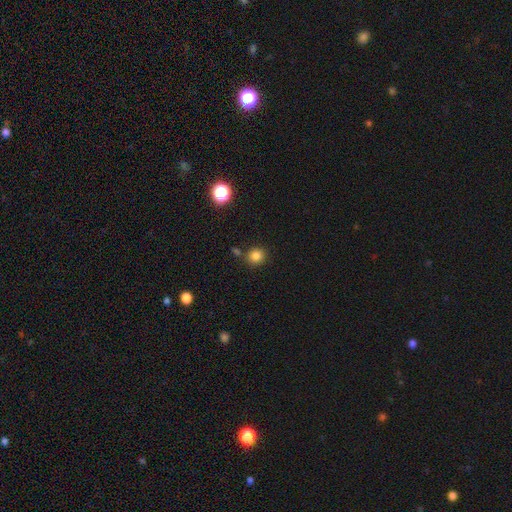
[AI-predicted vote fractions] Smooth or featured? smooth (83%)
How rounded? round (90%)
Merging? none (80%)